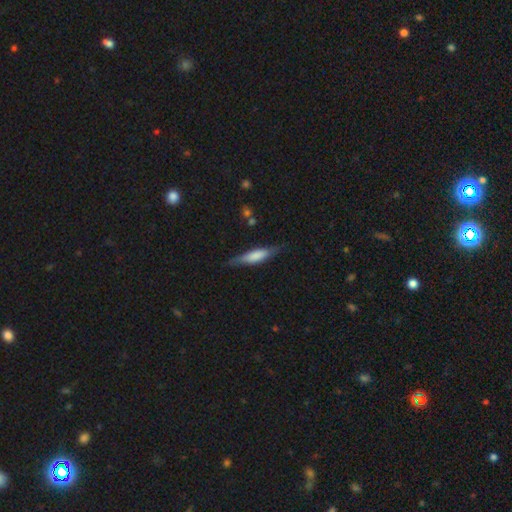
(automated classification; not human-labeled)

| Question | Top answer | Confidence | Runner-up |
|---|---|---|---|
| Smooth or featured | smooth | 56% | featured or disk (37%) |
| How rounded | cigar-shaped | 69% | in between (29%) |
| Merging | none | 75% | minor disturbance (18%) |